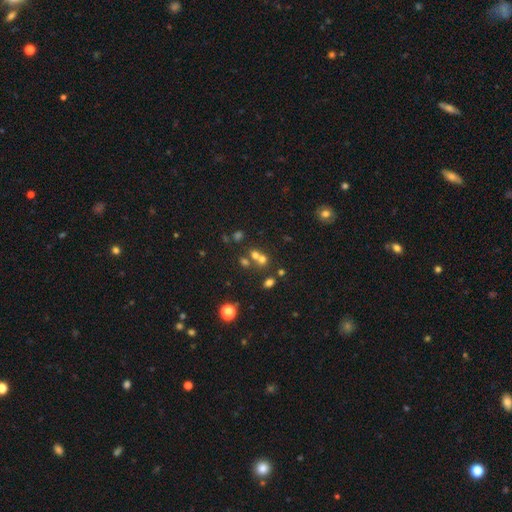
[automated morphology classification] A smooth galaxy with no disk features (56%) that is round (75%). Merging: merger (45%).